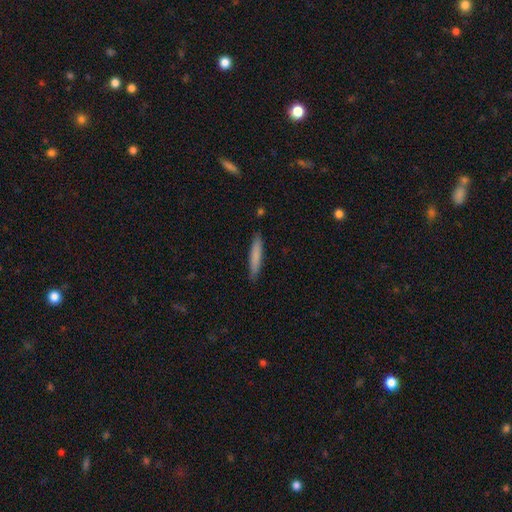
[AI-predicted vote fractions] smooth_or_featured: smooth (p=0.78) [alt: featured or disk p=0.16]
how_rounded: cigar-shaped (p=0.92) [alt: in between p=0.07]
merging: none (p=0.89) [alt: minor disturbance p=0.09]